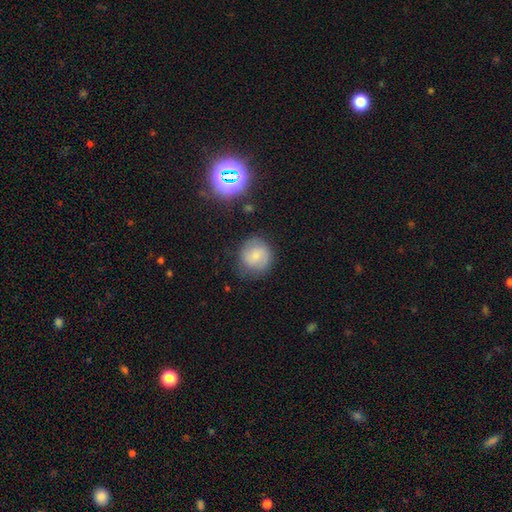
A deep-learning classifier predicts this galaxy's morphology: Smooth or featured: smooth — 65% (featured or disk — 25%)
How rounded: round — 89% (in between — 10%)
Merging: none — 76% (minor disturbance — 16%)